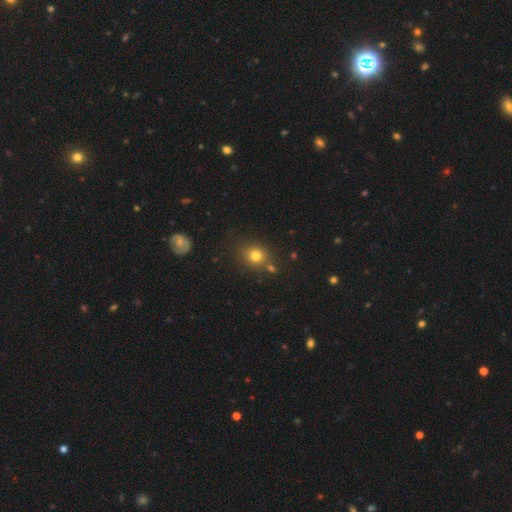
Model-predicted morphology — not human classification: smooth_or_featured: smooth (p=0.78) [alt: star or artifact p=0.14]
how_rounded: round (p=0.75) [alt: in between p=0.24]
merging: none (p=0.75) [alt: minor disturbance p=0.12]